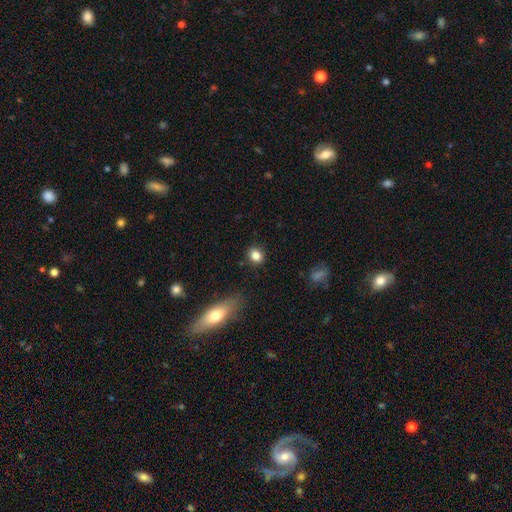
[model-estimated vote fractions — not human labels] Overall: smooth (84%). How rounded: round (68%; in between 31%). Merging: none (87%).